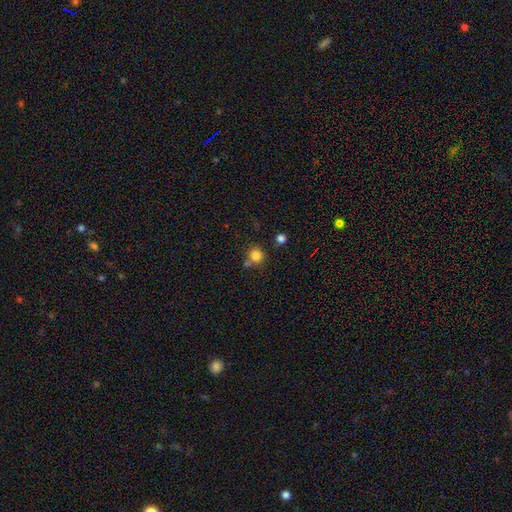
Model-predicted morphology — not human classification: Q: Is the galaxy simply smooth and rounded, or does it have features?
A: smooth — 82%.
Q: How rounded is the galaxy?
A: round — 89%.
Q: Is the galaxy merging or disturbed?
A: none — 69%.